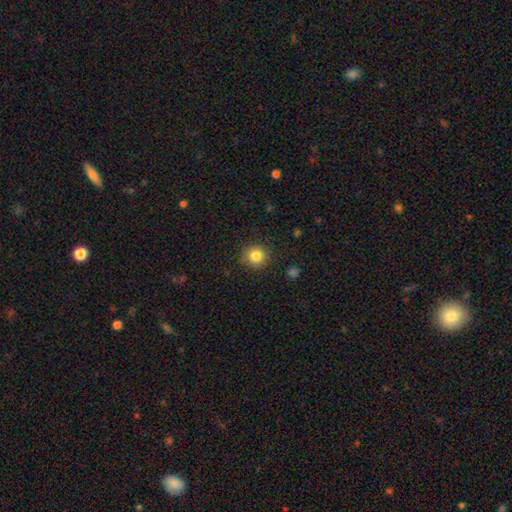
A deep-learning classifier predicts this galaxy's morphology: Q: Smooth or featured?
A: smooth (84%); runner-up: star or artifact (11%)
Q: How rounded?
A: round (90%); runner-up: in between (9%)
Q: Merging?
A: none (89%); runner-up: minor disturbance (8%)